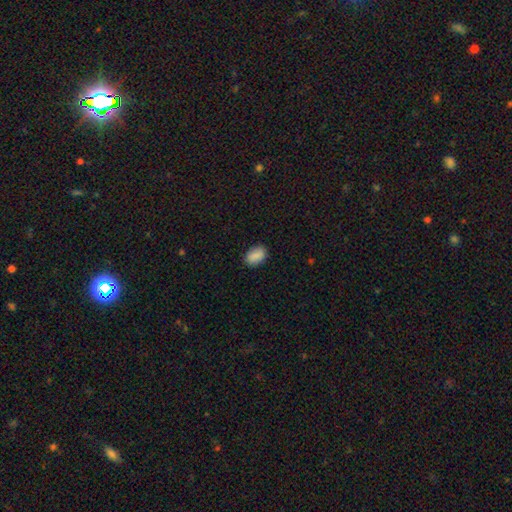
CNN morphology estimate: smooth 89%, star or artifact 8%, featured or disk 3%. Down the decision tree: how rounded — in between (87%); merging — none (86%).